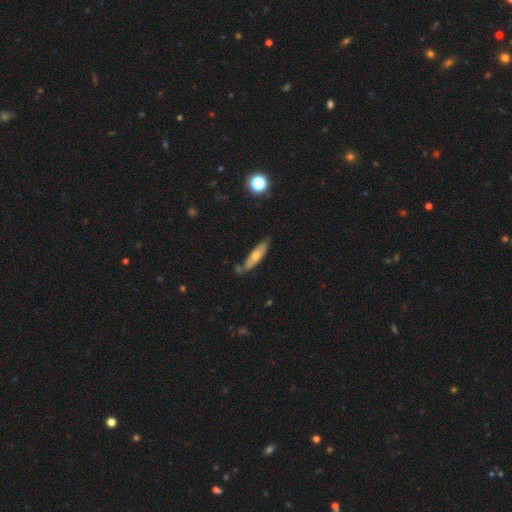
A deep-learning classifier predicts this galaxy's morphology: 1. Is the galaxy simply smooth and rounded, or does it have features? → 47% smooth, 46% featured or disk, 8% star or artifact.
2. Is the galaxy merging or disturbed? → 71% none, 20% minor disturbance, 5% merger, 4% major disturbance.